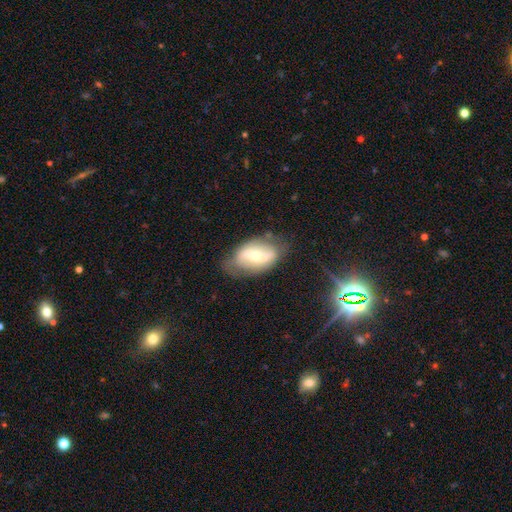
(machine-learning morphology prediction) Q: Smooth or featured?
A: featured or disk (51%); runner-up: smooth (42%)
Q: Edge-on disk?
A: no (90%); runner-up: yes (10%)
Q: Merging?
A: none (61%); runner-up: minor disturbance (26%)